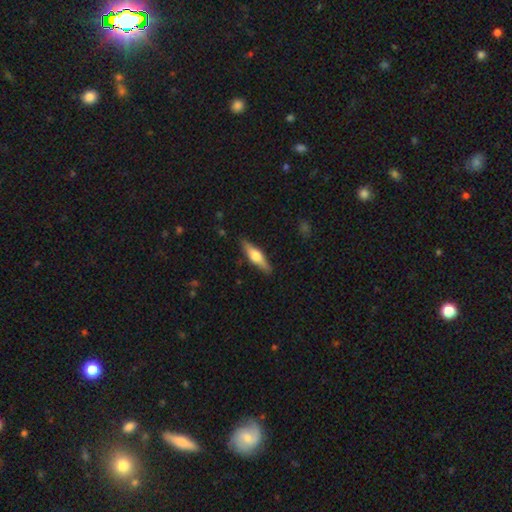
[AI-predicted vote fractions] Smooth or featured?
  - featured or disk: 53% *
  - smooth: 42%
  - star or artifact: 6%
Edge-on disk?
  - yes: 95% *
  - no: 5%
Merging?
  - none: 88% *
  - minor disturbance: 9%
  - major disturbance: 2%
  - merger: 1%